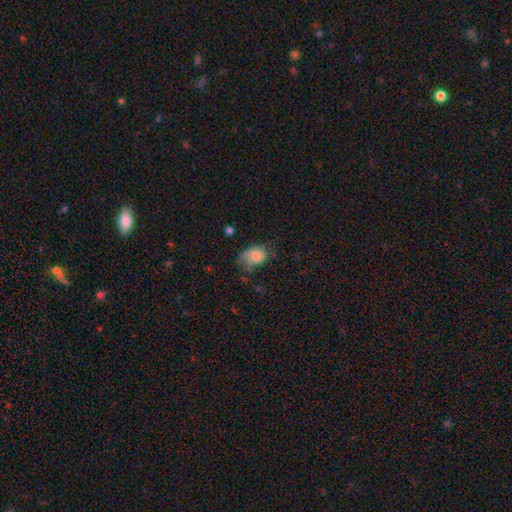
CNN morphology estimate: smooth_or_featured: smooth (p=0.76) [alt: featured or disk p=0.15]
how_rounded: in between (p=0.74) [alt: round p=0.25]
merging: none (p=0.40) [alt: minor disturbance p=0.36]